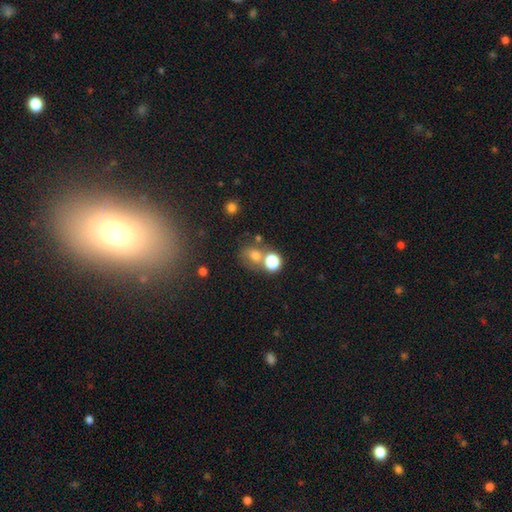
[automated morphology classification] smooth-or-featured: smooth: 64% | star or artifact: 21% | featured or disk: 15%
  how-rounded: round: 66% | in between: 33% | cigar-shaped: 1%
  merging: none: 48% | merger: 31% | minor disturbance: 13% | major disturbance: 8%